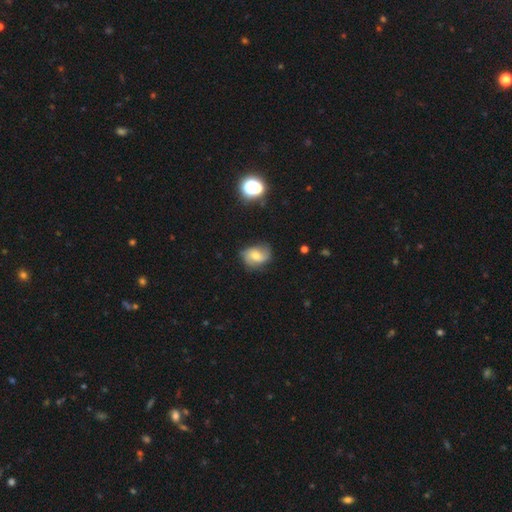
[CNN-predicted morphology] Smooth or featured: smooth — 47% (featured or disk — 41%)
Merging: none — 66% (minor disturbance — 25%)